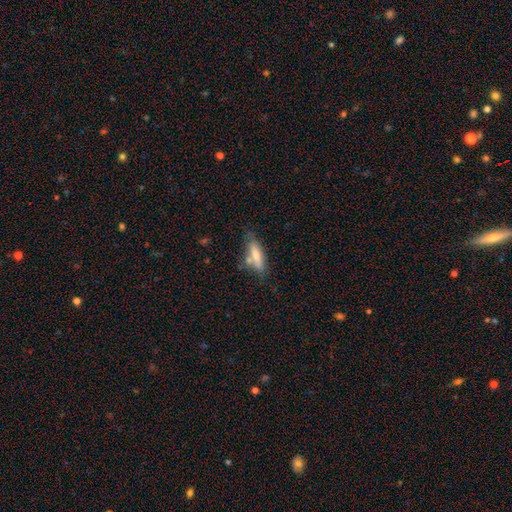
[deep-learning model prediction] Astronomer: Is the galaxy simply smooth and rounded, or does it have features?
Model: smooth — 67%.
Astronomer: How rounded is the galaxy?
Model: cigar-shaped — 54% (runner-up: in between, 44%).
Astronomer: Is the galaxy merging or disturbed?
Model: none — 62%.